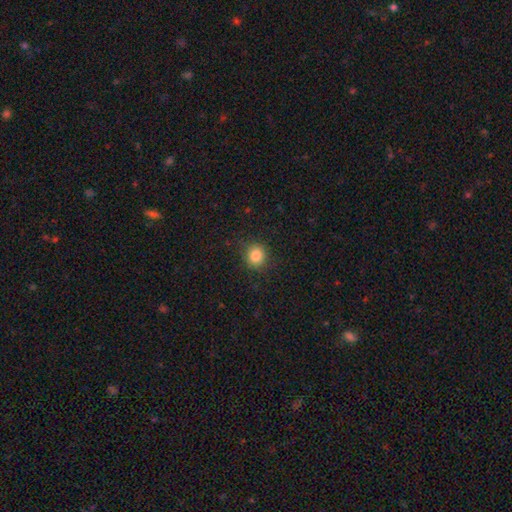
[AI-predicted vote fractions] Smooth or featured: smooth — 83% (star or artifact — 11%)
How rounded: round — 87% (in between — 12%)
Merging: none — 86% (minor disturbance — 10%)